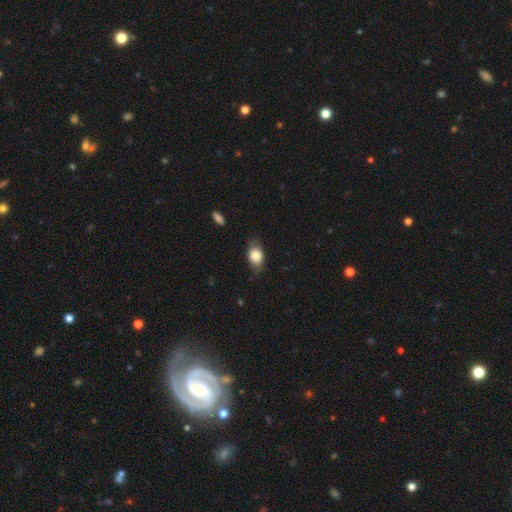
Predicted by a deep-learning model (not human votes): This appears to be a smooth galaxy with no disk features (78%) that is in between round and cigar-shaped (80%). Merging: none (70%).